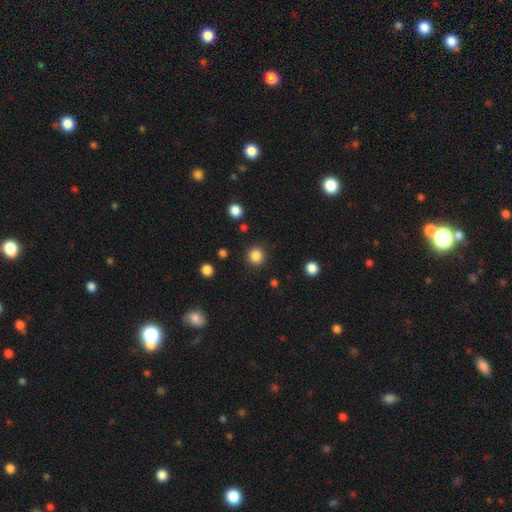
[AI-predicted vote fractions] Overall: smooth (85%). How rounded: round (93%). Merging: none (90%).